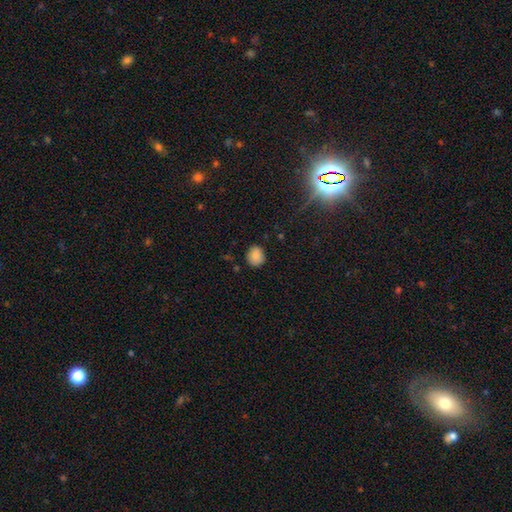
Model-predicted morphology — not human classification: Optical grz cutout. It shows a smooth galaxy with no disk features (86%) that is round (72%). Merging: none (82%).